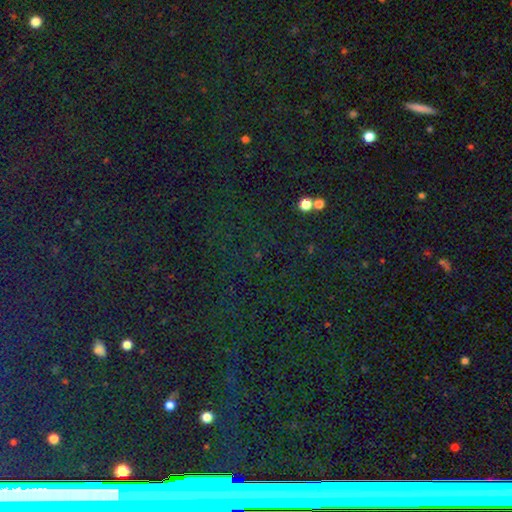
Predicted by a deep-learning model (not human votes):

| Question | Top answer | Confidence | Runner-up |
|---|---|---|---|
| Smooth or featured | star or artifact | 82% | smooth (10%) |